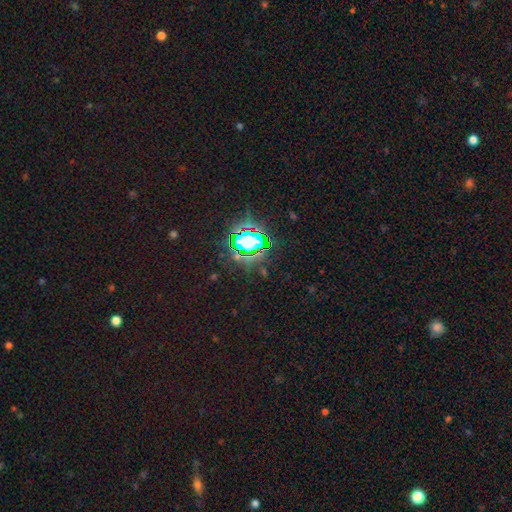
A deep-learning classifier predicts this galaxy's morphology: smooth-or-featured: star or artifact: 81% | smooth: 12% | featured or disk: 7%